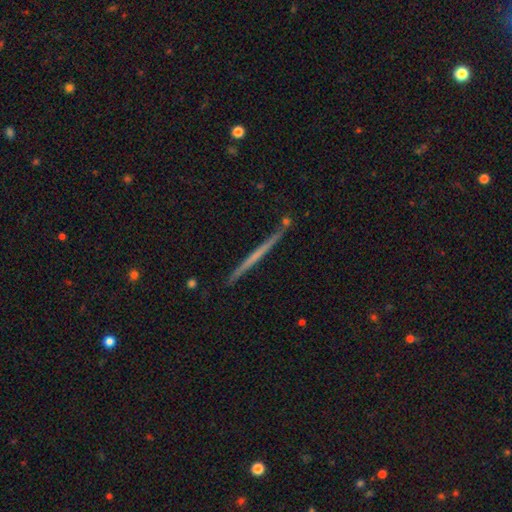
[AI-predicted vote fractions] Smooth or featured: featured or disk — 62% (smooth — 32%)
Edge-on disk: yes — 98% (no — 2%)
Edge-on bulge: none — 89% (rounded — 7%)
Merging: none — 90% (minor disturbance — 7%)